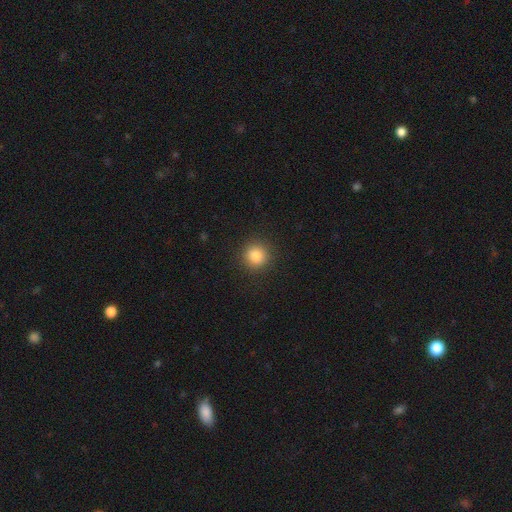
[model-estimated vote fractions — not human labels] smooth-or-featured: smooth: 83% | star or artifact: 12% | featured or disk: 5%
  how-rounded: round: 93% | in between: 6% | cigar-shaped: 1%
  merging: none: 91% | minor disturbance: 6% | major disturbance: 2% | merger: 1%